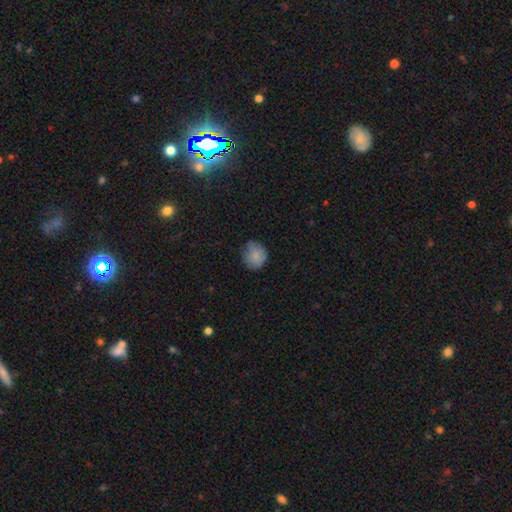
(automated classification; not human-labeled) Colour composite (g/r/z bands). It shows a smooth galaxy with no disk features (79%) that is round (84%). Merging: none (67%).